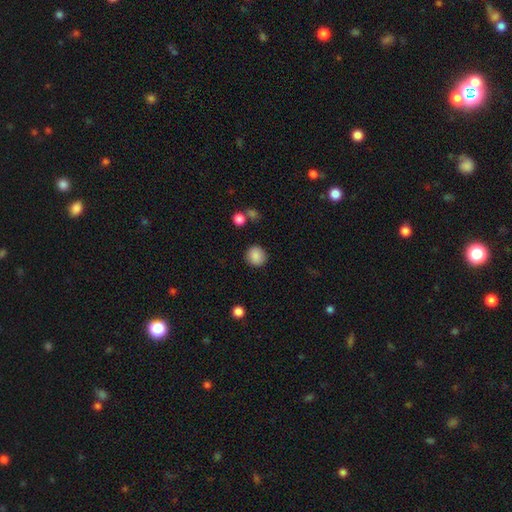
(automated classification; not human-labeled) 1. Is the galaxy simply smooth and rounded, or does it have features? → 88% smooth, 9% star or artifact, 4% featured or disk.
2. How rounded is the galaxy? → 89% round, 10% in between, 1% cigar-shaped.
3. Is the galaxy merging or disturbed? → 89% none, 7% minor disturbance, 3% major disturbance, 2% merger.